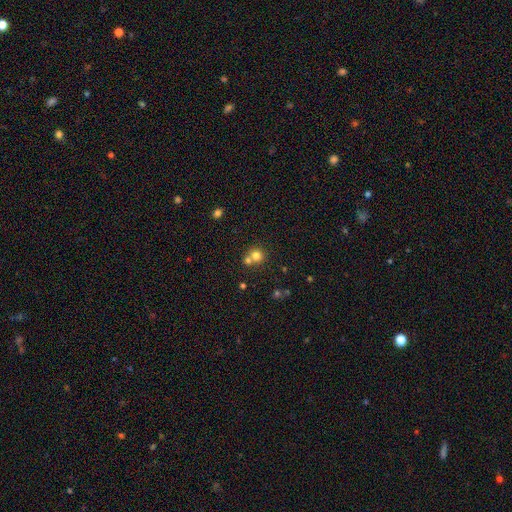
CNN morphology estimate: type=smooth (75%); roundness=round (87%); merging=none (47%).